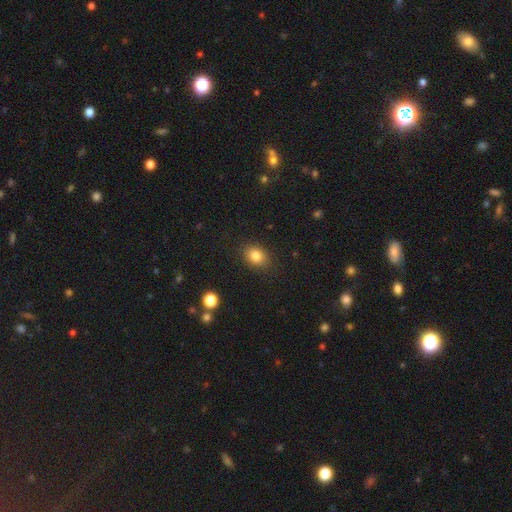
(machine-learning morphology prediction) A smooth galaxy with no disk features (83%) that is in between round and cigar-shaped (54%). Merging: none (86%).